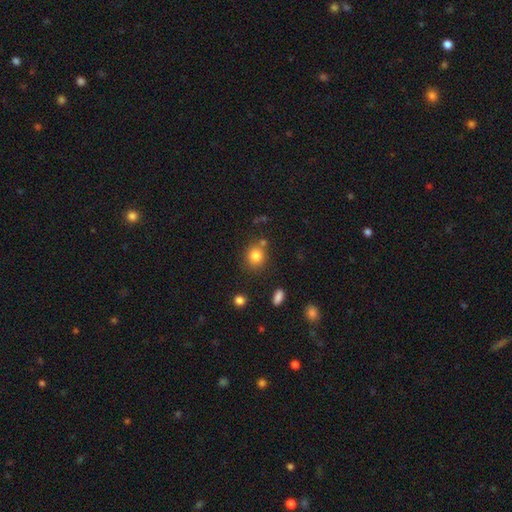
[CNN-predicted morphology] Smooth or featured? smooth (83%)
How rounded? round (80%)
Merging? none (75%)